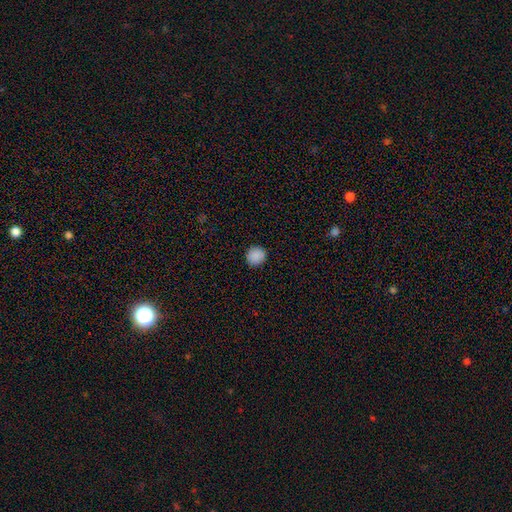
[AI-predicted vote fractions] smooth_or_featured: smooth (p=0.89) [alt: star or artifact p=0.08]
how_rounded: round (p=0.91) [alt: in between p=0.08]
merging: none (p=0.91) [alt: minor disturbance p=0.06]